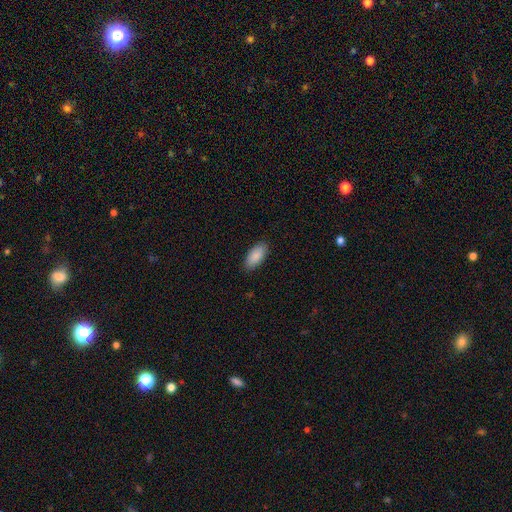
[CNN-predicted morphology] A smooth galaxy with no disk features (89%) that is in between round and cigar-shaped (92%). Merging: none (88%).